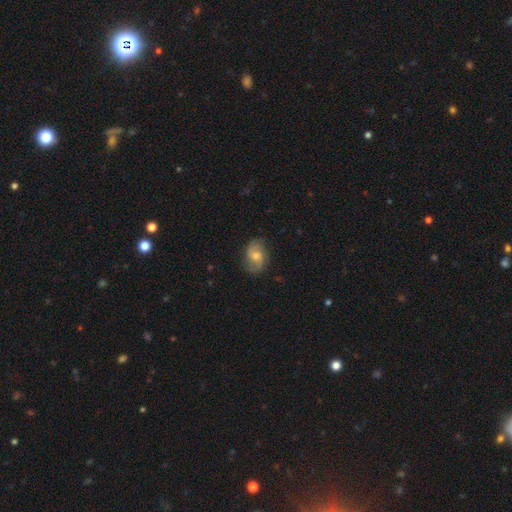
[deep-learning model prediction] Smooth or featured: featured or disk — 51% (smooth — 41%)
Edge-on disk: no — 96% (yes — 4%)
Merging: none — 73% (minor disturbance — 20%)